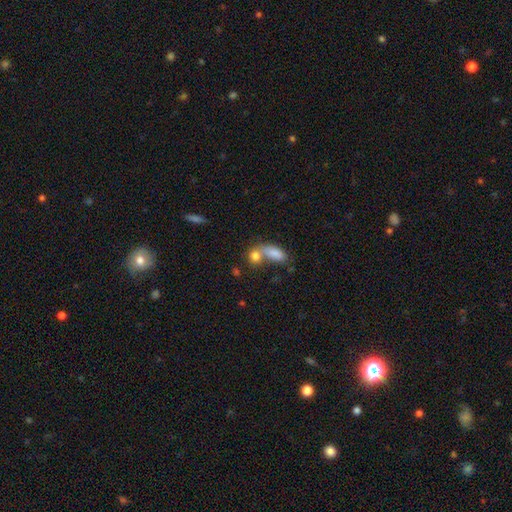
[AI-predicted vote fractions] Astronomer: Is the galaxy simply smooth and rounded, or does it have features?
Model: smooth — 74%.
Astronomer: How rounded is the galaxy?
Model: in between — 67%.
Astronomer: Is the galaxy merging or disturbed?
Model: merger — 53% (runner-up: none, 33%).